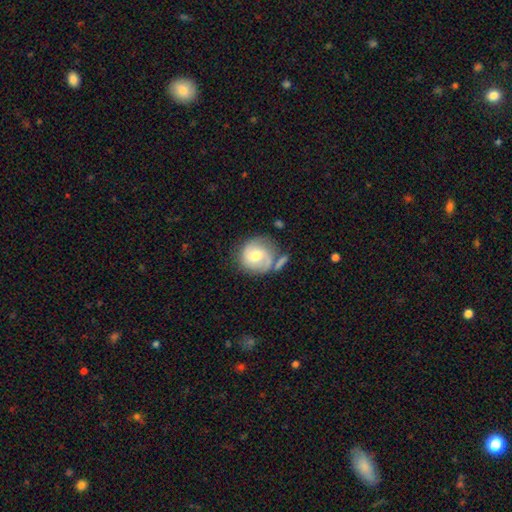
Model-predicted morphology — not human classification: smooth-or-featured: featured or disk: 51% | smooth: 42% | star or artifact: 7%
  disk-edge-on: no: 97% | yes: 3%
  merging: none: 55% | minor disturbance: 21% | merger: 15% | major disturbance: 9%